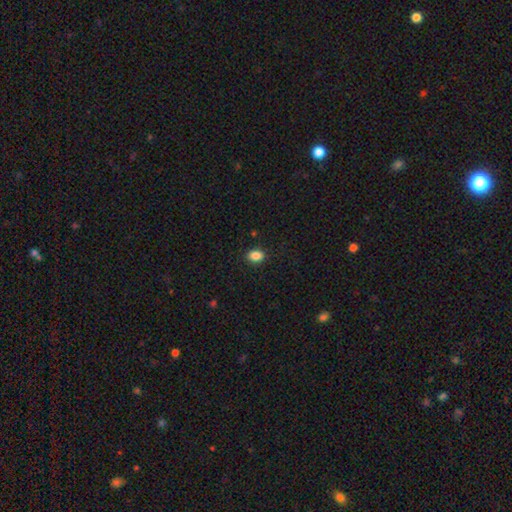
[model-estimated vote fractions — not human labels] This appears to be a smooth galaxy with no disk features (87%) that is in between round and cigar-shaped (74%). Merging: none (89%).